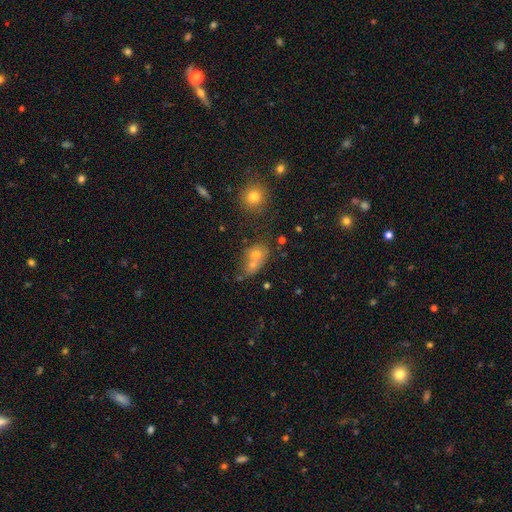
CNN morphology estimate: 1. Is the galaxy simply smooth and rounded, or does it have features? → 60% smooth, 21% featured or disk, 19% star or artifact.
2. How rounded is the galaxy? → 49% in between (tied), 49% round (tied), 3% cigar-shaped.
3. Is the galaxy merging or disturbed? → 51% merger, 32% none, 11% minor disturbance, 6% major disturbance.